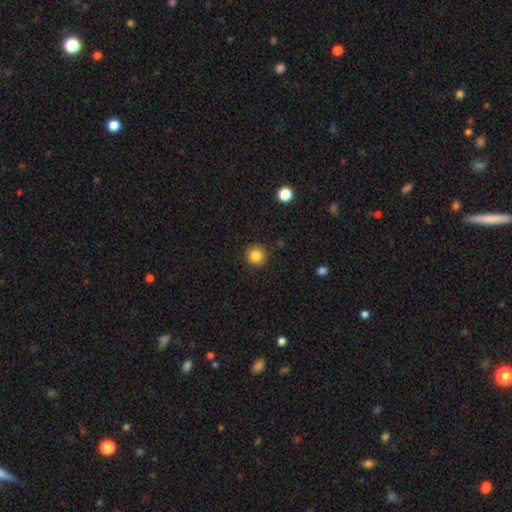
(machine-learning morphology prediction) A smooth galaxy with no disk features (85%) that is round (95%).

Vote fractions:
- Smooth or featured? smooth: 85% / star or artifact: 10% / featured or disk: 5%
- How rounded? round: 95% / in between: 5% / cigar-shaped: 1%
- Merging? none: 91% / minor disturbance: 6% / major disturbance: 2% / merger: 1%